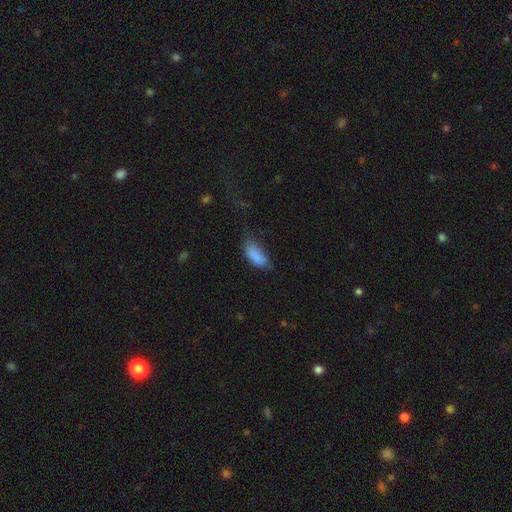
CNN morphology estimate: A smooth galaxy with no disk features (83%) that is in between round and cigar-shaped (85%). Merging: none (45%).